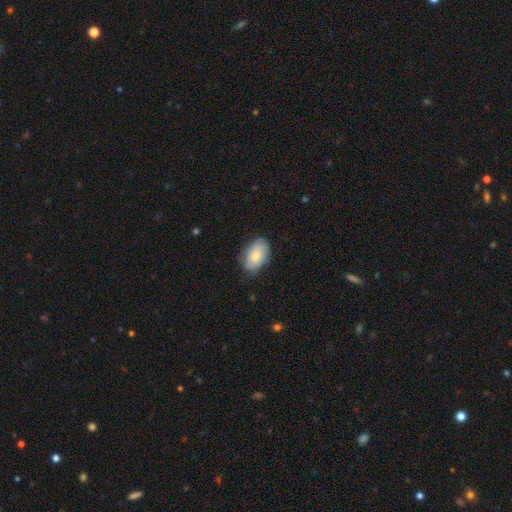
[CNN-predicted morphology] smooth 68%, featured or disk 26%, star or artifact 7%. Down the decision tree: how rounded — in between (88%); merging — none (72%).